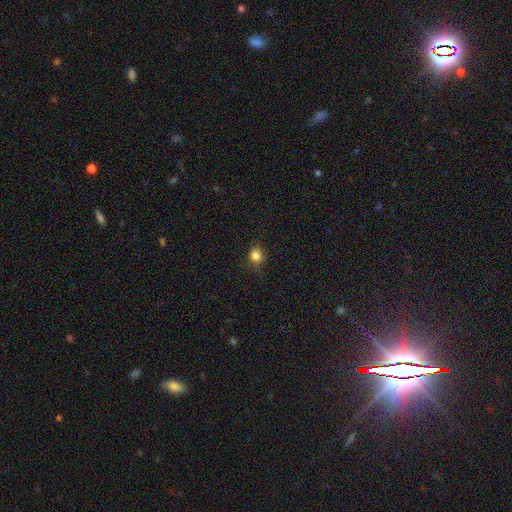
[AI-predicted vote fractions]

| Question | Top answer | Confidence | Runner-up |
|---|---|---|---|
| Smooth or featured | smooth | 82% | star or artifact (13%) |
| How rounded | round | 84% | in between (15%) |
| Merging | none | 83% | minor disturbance (12%) |